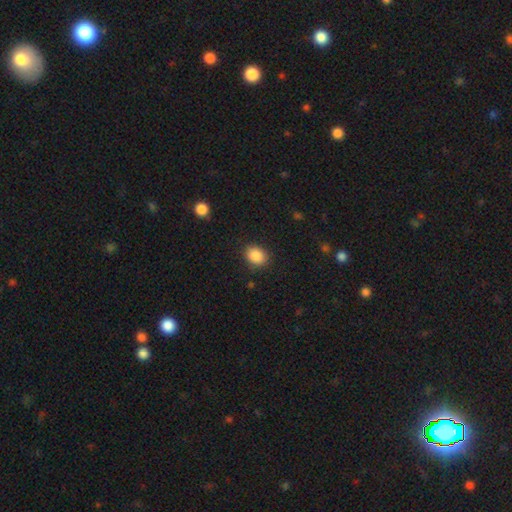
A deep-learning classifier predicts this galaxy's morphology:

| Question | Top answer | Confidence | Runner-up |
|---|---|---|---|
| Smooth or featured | smooth | 88% | star or artifact (8%) |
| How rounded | in between | 51% | round (48%) |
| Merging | none | 86% | minor disturbance (10%) |